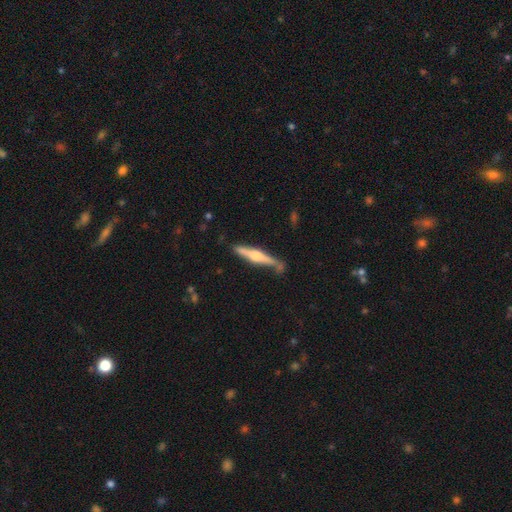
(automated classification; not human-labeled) Smooth or featured?
  - featured or disk: 67% *
  - smooth: 28%
  - star or artifact: 5%
Edge-on disk?
  - yes: 97% *
  - no: 3%
Edge-on bulge?
  - rounded: 88% *
  - boxy: 7%
  - none: 5%
Merging?
  - none: 74% *
  - minor disturbance: 17%
  - merger: 5%
  - major disturbance: 4%